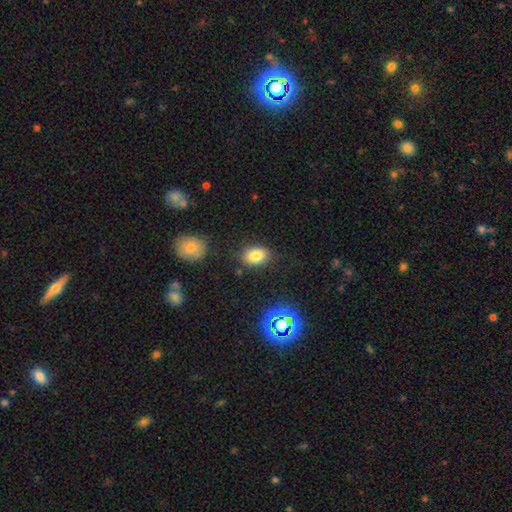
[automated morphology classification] smooth-or-featured: smooth: 80% | star or artifact: 12% | featured or disk: 8%
  how-rounded: in between: 79% | round: 20% | cigar-shaped: 1%
  merging: none: 83% | minor disturbance: 11% | major disturbance: 3% | merger: 3%